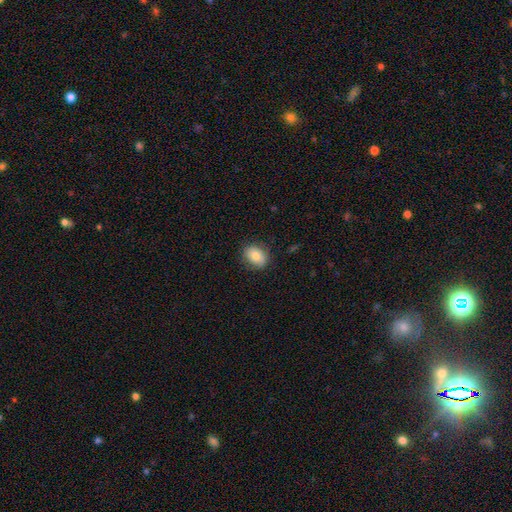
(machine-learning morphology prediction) A smooth galaxy with no disk features (78%) that is in between round and cigar-shaped (59%). Merging: none (83%).